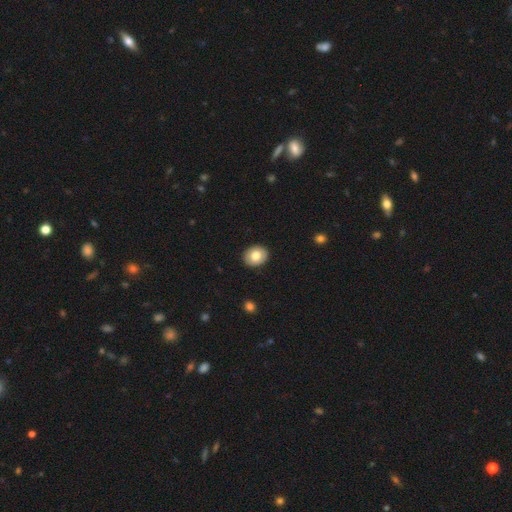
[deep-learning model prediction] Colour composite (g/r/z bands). It shows a smooth galaxy with no disk features (77%) that is round (52%). Merging: none (91%).